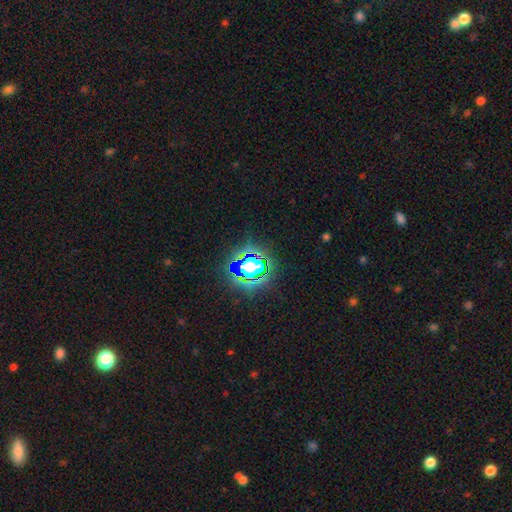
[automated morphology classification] The model was most divided on "smooth or featured": star or artifact: 77%, smooth: 15%, featured or disk: 8%.